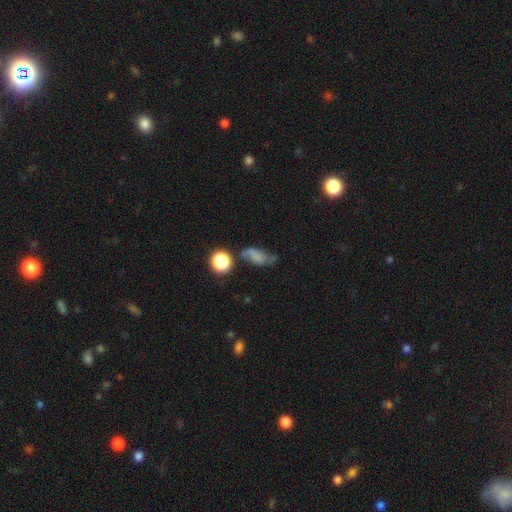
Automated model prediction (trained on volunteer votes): Smooth or featured: smooth — 56% (featured or disk — 29%)
How rounded: in between — 77% (round — 17%)
Merging: none — 42% (minor disturbance — 29%)